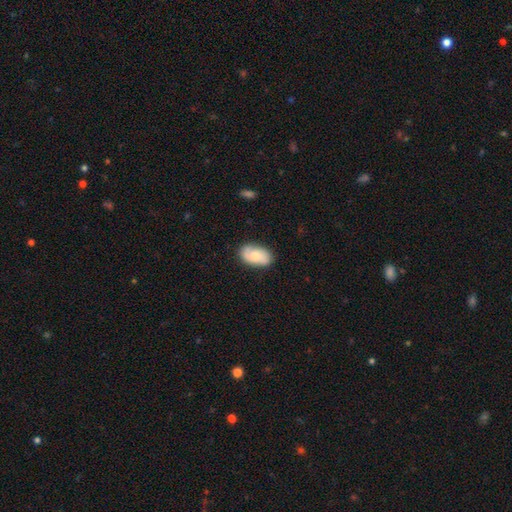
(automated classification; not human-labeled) smooth 67%, featured or disk 26%, star or artifact 7%. Down the decision tree: how rounded — in between (92%); merging — none (76%).